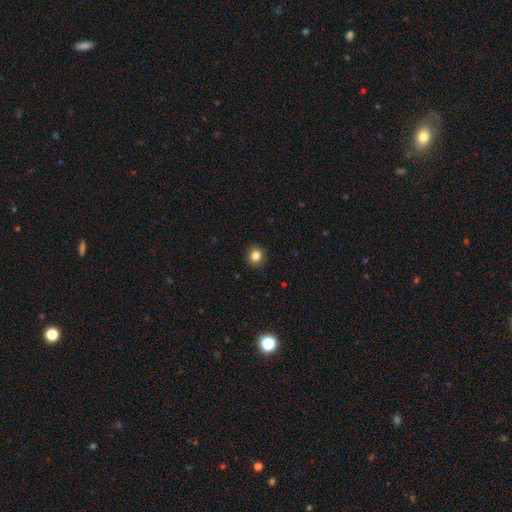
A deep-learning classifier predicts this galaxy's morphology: A smooth galaxy with no disk features (84%) that is round (85%).

Vote fractions:
- Smooth or featured? smooth: 84% / star or artifact: 11% / featured or disk: 5%
- How rounded? round: 85% / in between: 14% / cigar-shaped: 1%
- Merging? none: 91% / minor disturbance: 6% / major disturbance: 2% / merger: 1%